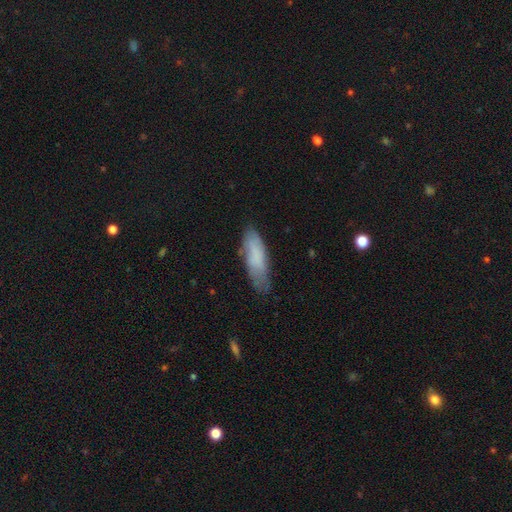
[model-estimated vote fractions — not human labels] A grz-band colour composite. It shows a smooth galaxy with no disk features (74%) that is in between round and cigar-shaped (57%). Merging: none (65%).